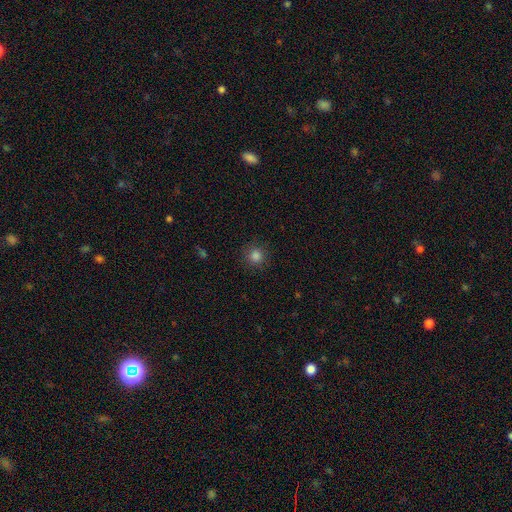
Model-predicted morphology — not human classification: type=smooth (84%); roundness=round (93%); merging=none (89%).